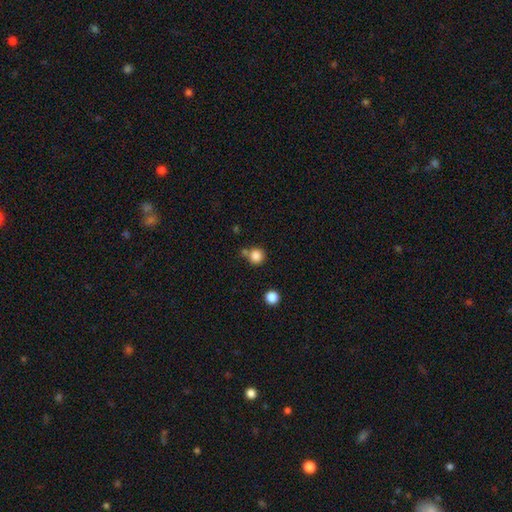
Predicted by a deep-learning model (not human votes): Q: Smooth or featured?
A: smooth (84%); runner-up: star or artifact (11%)
Q: How rounded?
A: round (93%); runner-up: in between (6%)
Q: Merging?
A: none (67%); runner-up: merger (18%)